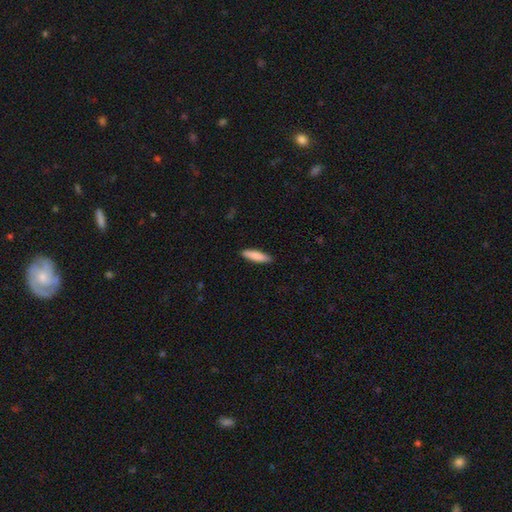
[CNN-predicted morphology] This is clearly a smooth galaxy (83%). How rounded: likely cigar-shaped (69%). Merging: clearly none (89%).